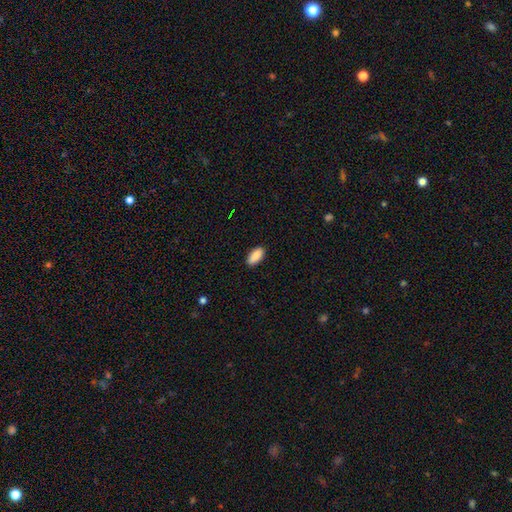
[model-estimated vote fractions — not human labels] Smooth or featured? Predicted: smooth (p=0.89). How rounded? Predicted: in between (p=0.91). Merging? Predicted: none (p=0.88).